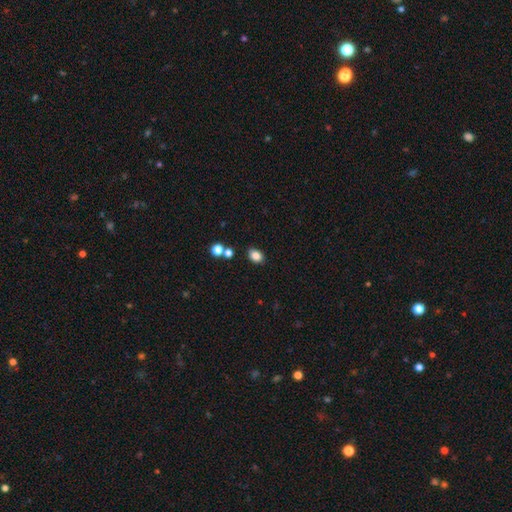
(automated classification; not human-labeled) smooth_or_featured: smooth (p=0.84) [alt: star or artifact p=0.11]
how_rounded: in between (p=0.72) [alt: round p=0.26]
merging: none (p=0.81) [alt: minor disturbance p=0.11]